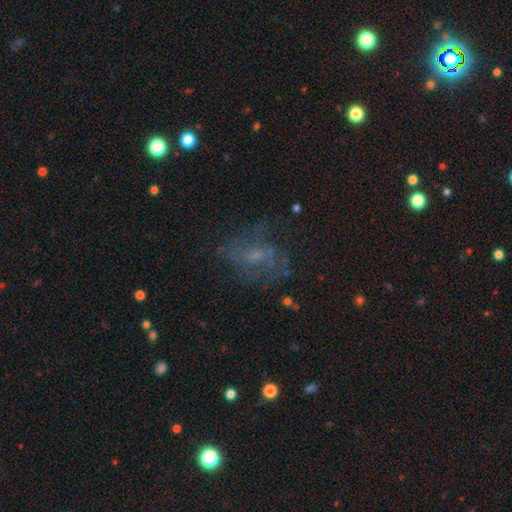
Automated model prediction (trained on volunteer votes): Q: Smooth or featured?
A: featured or disk (57%); runner-up: smooth (24%)
Q: Edge-on disk?
A: no (96%); runner-up: yes (4%)
Q: Bar?
A: no (53%); runner-up: weak (39%)
Q: Spiral arms?
A: yes (69%); runner-up: no (31%)
Q: Bulge size?
A: small (43%); runner-up: moderate (31%)
Q: Merging?
A: none (60%); runner-up: major disturbance (19%)